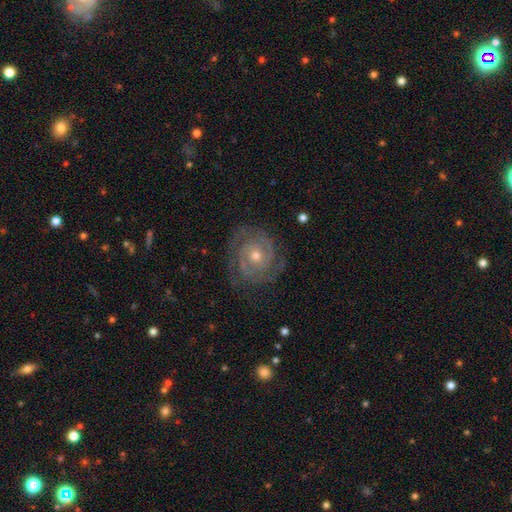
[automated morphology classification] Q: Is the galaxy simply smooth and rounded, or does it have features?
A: featured or disk — 88%.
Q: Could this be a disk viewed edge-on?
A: no — 97%.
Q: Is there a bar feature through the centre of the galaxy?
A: no — 74%.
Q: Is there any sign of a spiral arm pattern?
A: yes — 97%.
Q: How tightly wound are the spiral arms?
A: tight — 75%.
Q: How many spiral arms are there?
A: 2 — 65%.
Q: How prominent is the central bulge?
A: moderate — 54%.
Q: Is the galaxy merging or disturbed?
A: none — 81%.